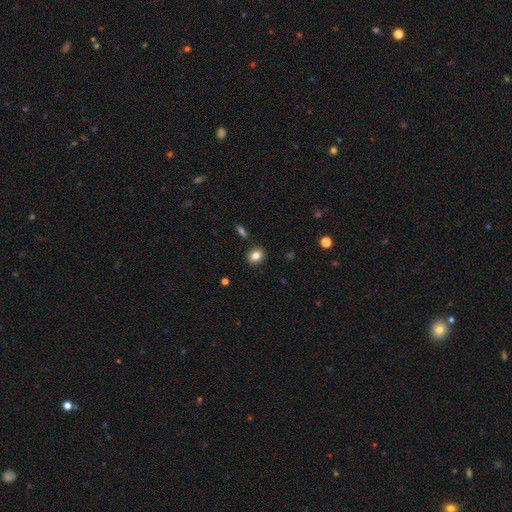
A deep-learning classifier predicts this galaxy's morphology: A smooth galaxy with no disk features (83%) that is round (50%). Merging: none (86%).